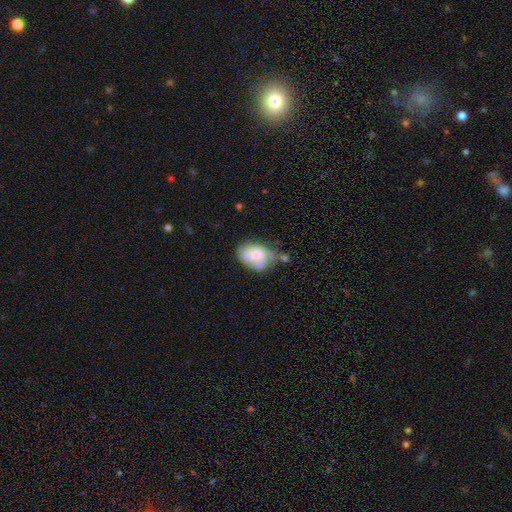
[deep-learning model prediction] A featured or disk galaxy (58%) with no bar (74%), spiral arms (75%) and a moderate central bulge (50%).

Vote fractions:
- Smooth or featured? featured or disk: 58% / smooth: 34% / star or artifact: 7%
- Edge-on disk? no: 97% / yes: 3%
- Bar? no: 74% / weak: 23% / strong: 3%
- Spiral arms? yes: 75% / no: 25%
- Bulge size? moderate: 50% / small: 35% / large: 8% / none: 6% / dominant: 2%
- Merging? none: 41% / minor disturbance: 31% / major disturbance: 17% / merger: 12%